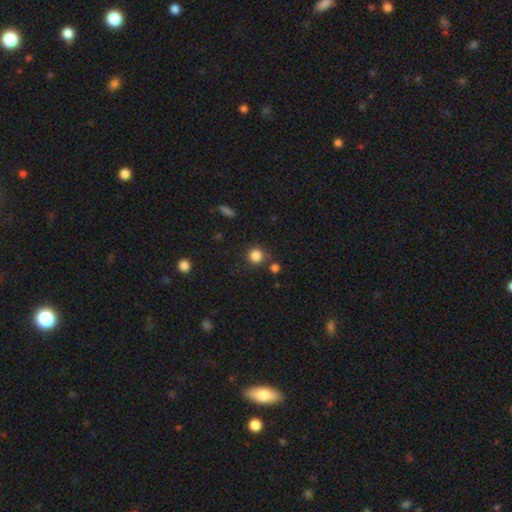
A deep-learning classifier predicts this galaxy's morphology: smooth_or_featured: smooth (p=0.84) [alt: star or artifact p=0.12]
how_rounded: round (p=0.92) [alt: in between p=0.07]
merging: none (p=0.77) [alt: minor disturbance p=0.10]